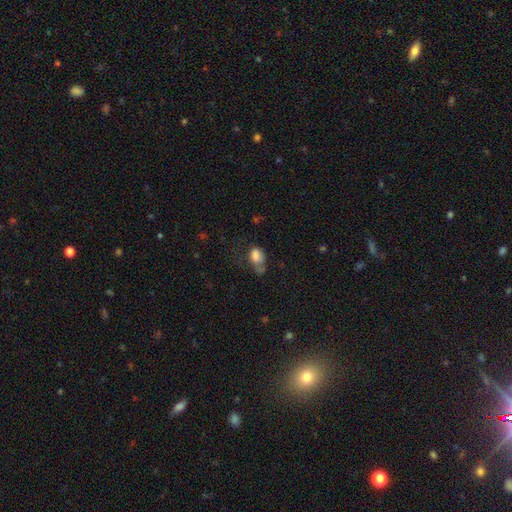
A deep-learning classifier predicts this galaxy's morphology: Smooth or featured? Predicted: smooth (p=0.75). How rounded? Predicted: in between (p=0.83). Merging? Predicted: major disturbance (p=0.33).